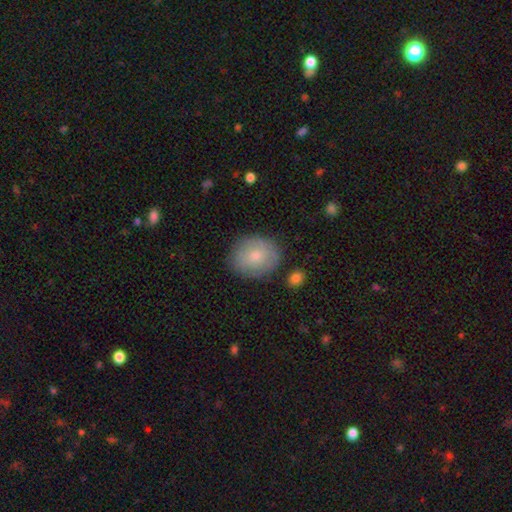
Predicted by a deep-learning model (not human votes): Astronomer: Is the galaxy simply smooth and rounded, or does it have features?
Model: smooth — 74%.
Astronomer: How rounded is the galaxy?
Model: round — 62%.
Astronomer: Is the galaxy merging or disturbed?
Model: none — 81%.